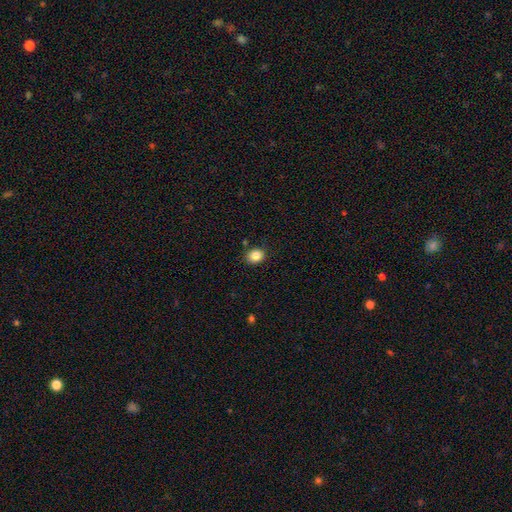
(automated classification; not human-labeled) This is clearly a smooth galaxy (86%). How rounded: possibly round (58%). Merging: clearly none (83%).